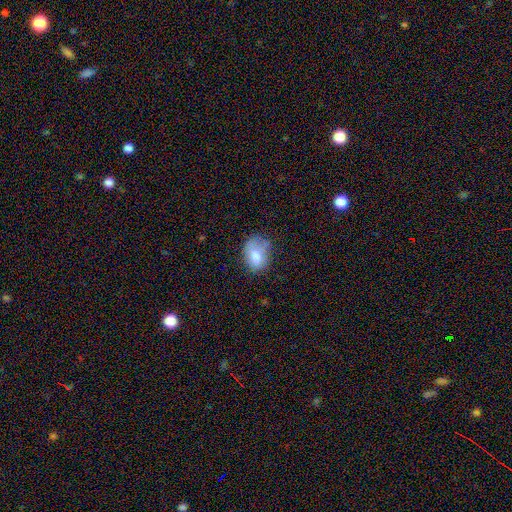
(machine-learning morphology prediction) smooth-or-featured: smooth: 73% | featured or disk: 19% | star or artifact: 9%
  how-rounded: in between: 76% | round: 22% | cigar-shaped: 1%
  merging: none: 47% | minor disturbance: 34% | major disturbance: 16% | merger: 3%